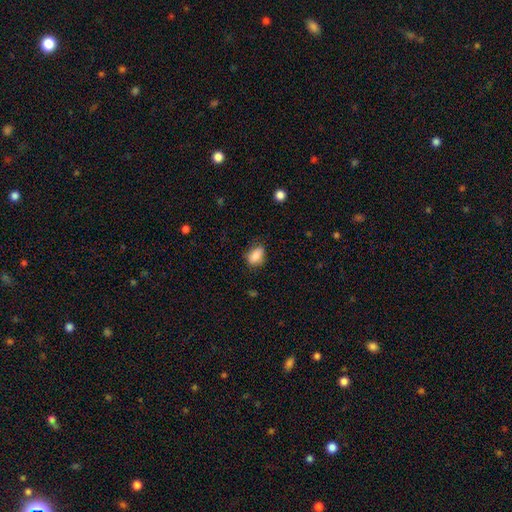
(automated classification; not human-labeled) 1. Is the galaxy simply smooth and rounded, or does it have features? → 85% smooth, 8% star or artifact, 7% featured or disk.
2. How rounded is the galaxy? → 83% in between, 14% round, 4% cigar-shaped.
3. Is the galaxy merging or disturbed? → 66% none, 26% minor disturbance, 6% major disturbance, 2% merger.